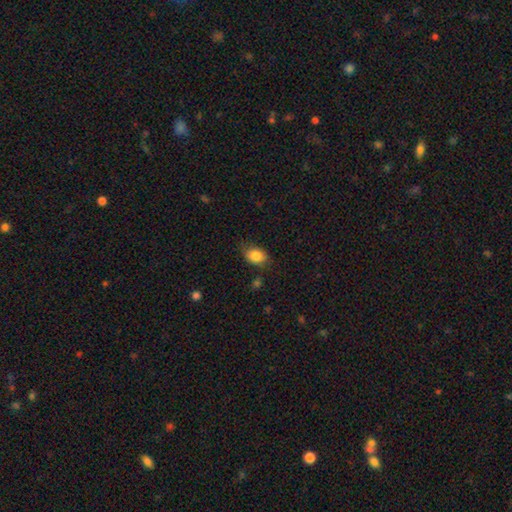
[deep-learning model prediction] A smooth galaxy with no disk features (86%) that is in between round and cigar-shaped (76%). Merging: none (74%).